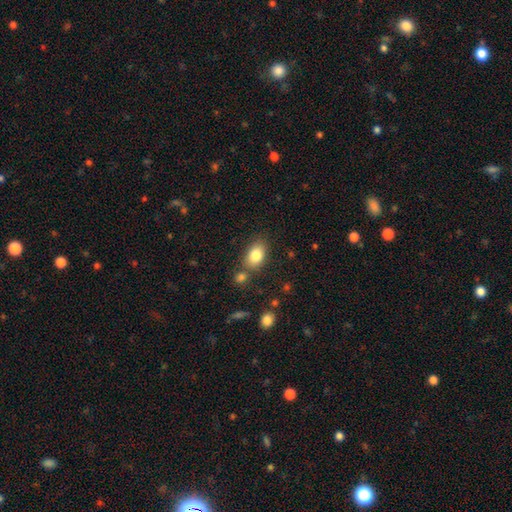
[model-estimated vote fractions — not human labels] smooth-or-featured: smooth: 84% | featured or disk: 8% | star or artifact: 8%
  how-rounded: in between: 85% | round: 13% | cigar-shaped: 2%
  merging: none: 72% | minor disturbance: 13% | merger: 11% | major disturbance: 4%